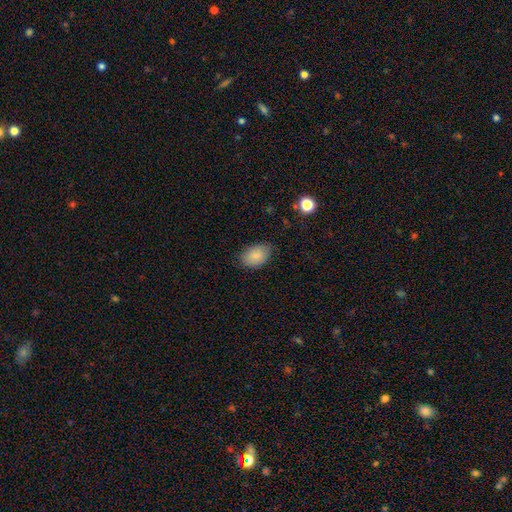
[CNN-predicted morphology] A smooth galaxy with no disk features (86%) that is in between round and cigar-shaped (87%).

Vote fractions:
- Smooth or featured? smooth: 86% / star or artifact: 7% / featured or disk: 7%
- How rounded? in between: 87% / round: 12% / cigar-shaped: 1%
- Merging? none: 78% / minor disturbance: 18% / major disturbance: 3% / merger: 1%